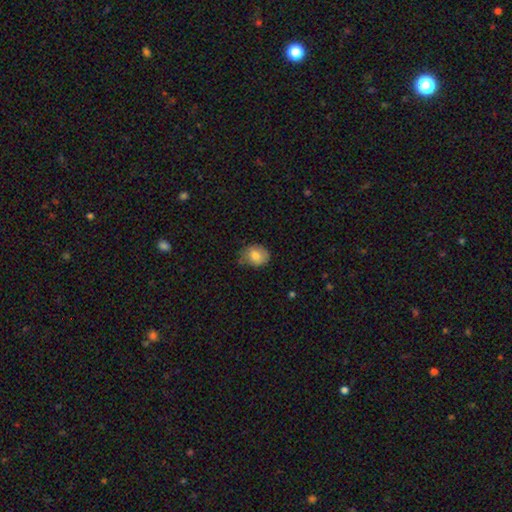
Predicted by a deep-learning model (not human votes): smooth 77%, featured or disk 15%, star or artifact 8%. Down the decision tree: how rounded — round (59%); merging — none (62%).